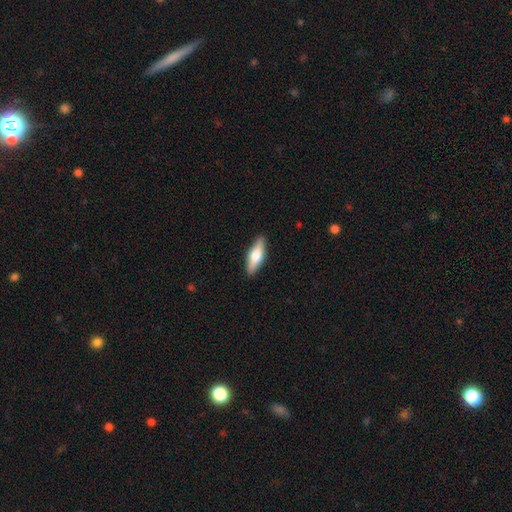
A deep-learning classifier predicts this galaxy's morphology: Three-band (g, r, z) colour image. It shows a smooth galaxy with no disk features (56%) that is in between round and cigar-shaped (52%). Merging: none (89%).